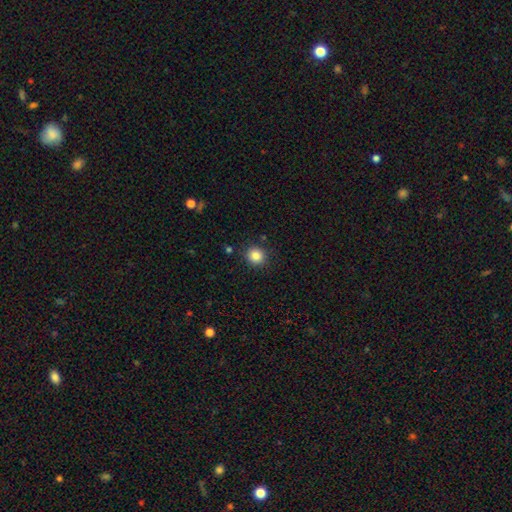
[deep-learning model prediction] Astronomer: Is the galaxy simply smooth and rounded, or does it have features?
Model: smooth — 85%.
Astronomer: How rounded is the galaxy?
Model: round — 85%.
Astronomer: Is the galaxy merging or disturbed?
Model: none — 88%.